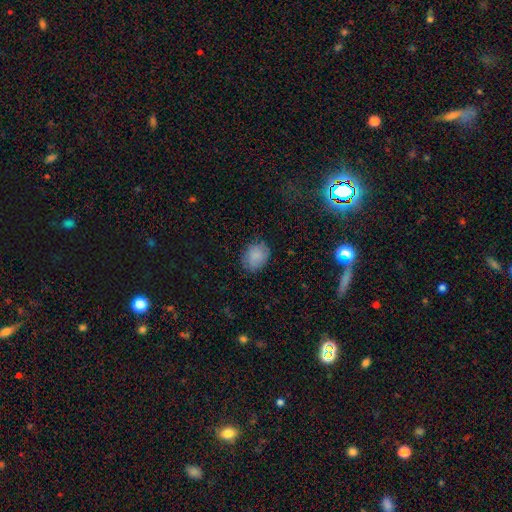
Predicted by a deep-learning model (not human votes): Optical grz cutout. It shows a smooth galaxy with no disk features (85%) that is in between round and cigar-shaped (52%). Merging: none (79%).